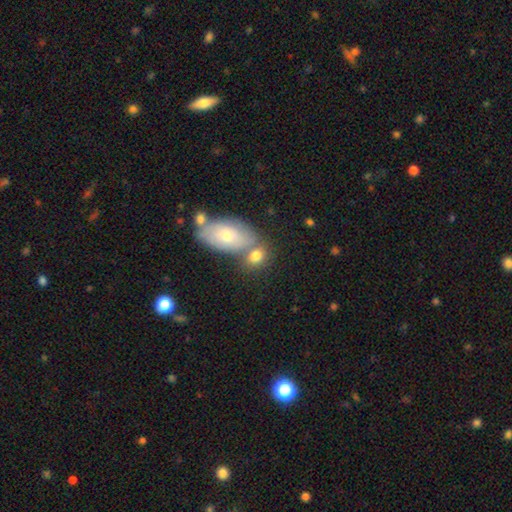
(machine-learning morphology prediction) smooth-or-featured: smooth: 74% | featured or disk: 17% | star or artifact: 9%
  how-rounded: in between: 66% | round: 31% | cigar-shaped: 3%
  merging: none: 49% | merger: 34% | minor disturbance: 12% | major disturbance: 5%